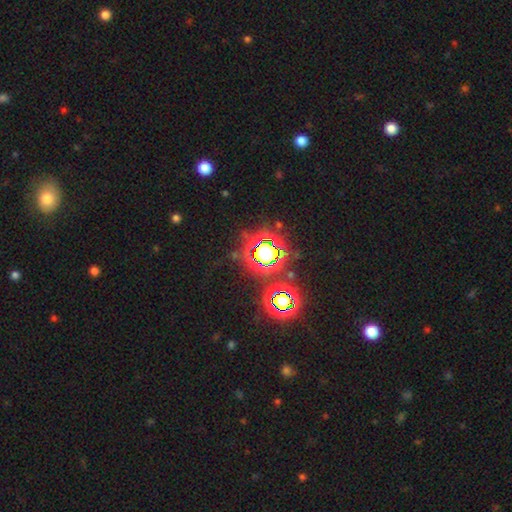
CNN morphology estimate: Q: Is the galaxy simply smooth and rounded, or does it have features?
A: star or artifact — 80%.